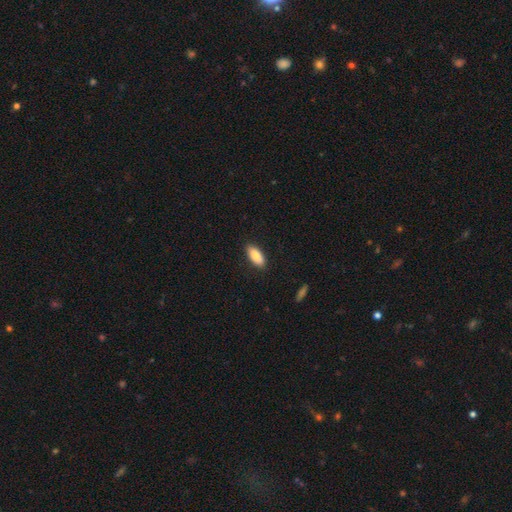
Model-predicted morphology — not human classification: type=smooth (82%); roundness=in between (86%); merging=none (89%).